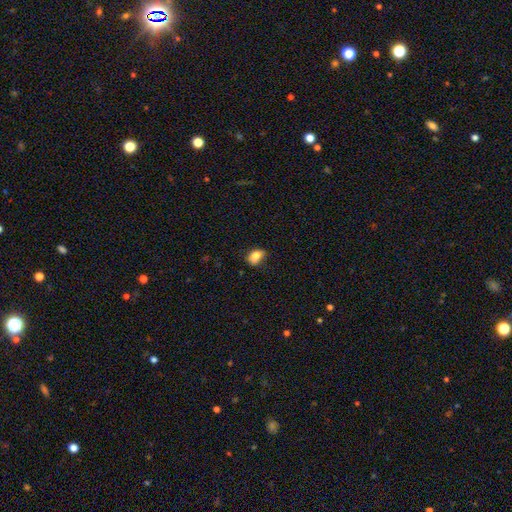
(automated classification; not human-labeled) This is clearly a smooth galaxy (80%). How rounded: likely in between (78%). Merging: possibly none (56%).